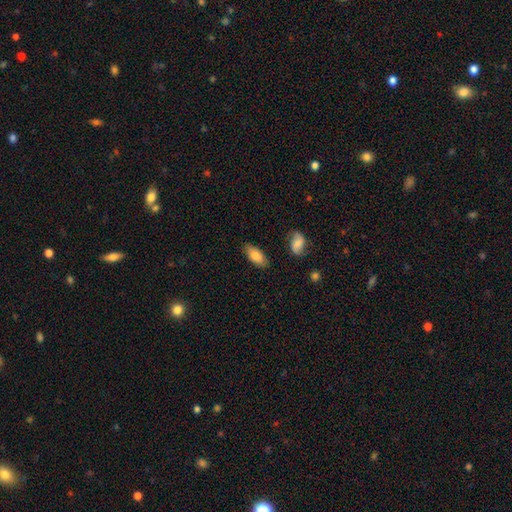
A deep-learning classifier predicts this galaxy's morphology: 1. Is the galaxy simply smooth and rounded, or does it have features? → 81% smooth, 12% featured or disk, 6% star or artifact.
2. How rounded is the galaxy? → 88% in between, 10% cigar-shaped, 2% round.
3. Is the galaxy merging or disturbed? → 82% none, 13% minor disturbance, 3% major disturbance, 2% merger.